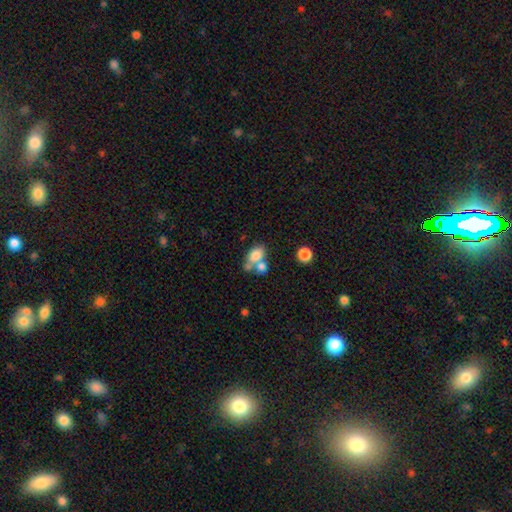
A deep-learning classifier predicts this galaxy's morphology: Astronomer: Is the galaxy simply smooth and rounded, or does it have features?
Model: smooth — 77%.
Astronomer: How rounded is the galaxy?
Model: in between — 81%.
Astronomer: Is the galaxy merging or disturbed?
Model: merger — 47% (runner-up: none, 36%).